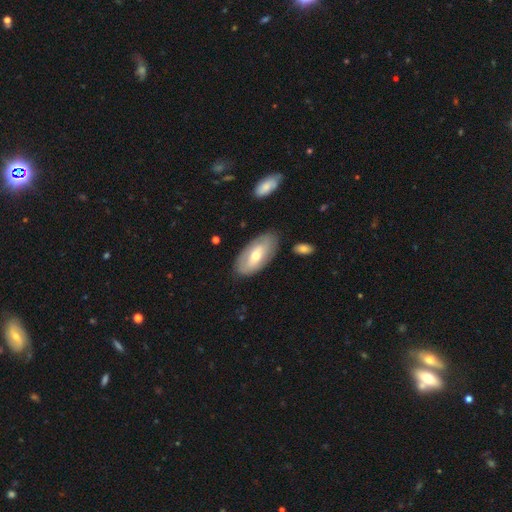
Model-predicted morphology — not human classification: A smooth galaxy with no disk features (48%).

Vote fractions:
- Smooth or featured? smooth: 48% / featured or disk: 47% / star or artifact: 6%
- Merging? none: 80% / minor disturbance: 14% / major disturbance: 4% / merger: 2%